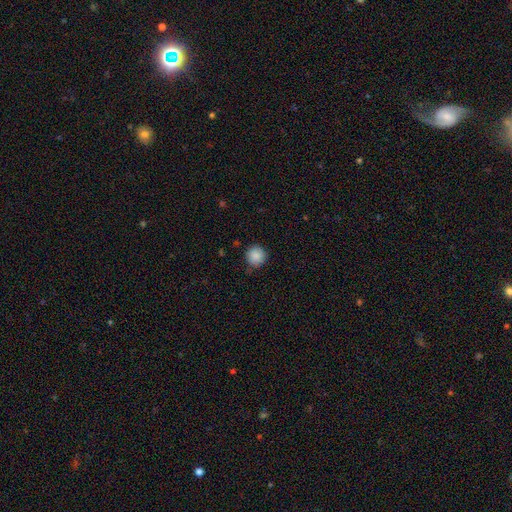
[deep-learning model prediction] Q: Smooth or featured?
A: smooth (88%); runner-up: star or artifact (9%)
Q: How rounded?
A: round (93%); runner-up: in between (6%)
Q: Merging?
A: none (82%); runner-up: minor disturbance (14%)